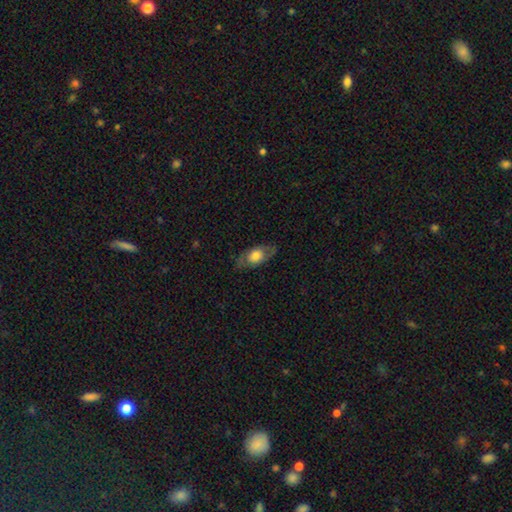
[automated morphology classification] This appears to be a smooth galaxy with no disk features (52%) that is in between round and cigar-shaped (82%). Merging: none (75%).